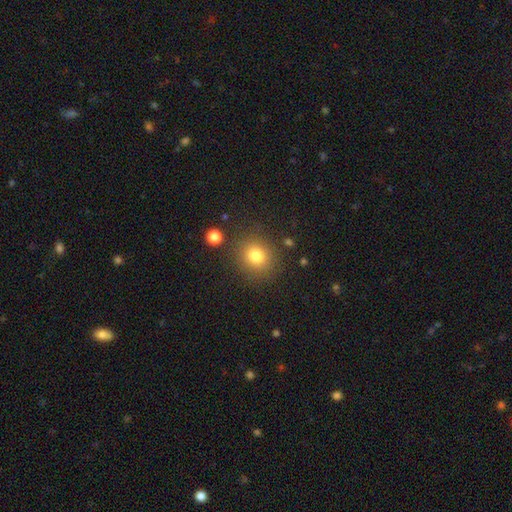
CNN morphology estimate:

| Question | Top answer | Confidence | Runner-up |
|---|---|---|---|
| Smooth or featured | smooth | 79% | star or artifact (13%) |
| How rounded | round | 84% | in between (15%) |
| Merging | none | 84% | minor disturbance (9%) |